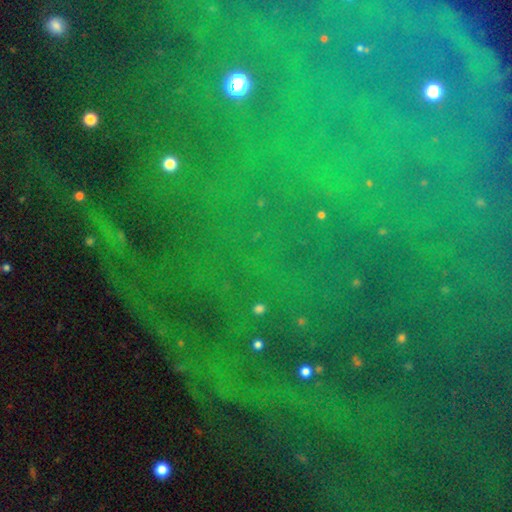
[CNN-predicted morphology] This appears to be a star or artifact, not a galaxy (84%).